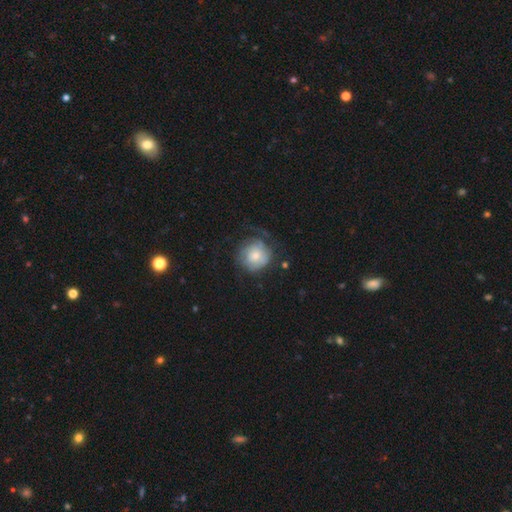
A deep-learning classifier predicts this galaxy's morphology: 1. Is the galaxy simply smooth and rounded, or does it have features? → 48% smooth, 44% featured or disk, 8% star or artifact.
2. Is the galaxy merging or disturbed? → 51% none, 24% major disturbance, 23% minor disturbance, 2% merger.